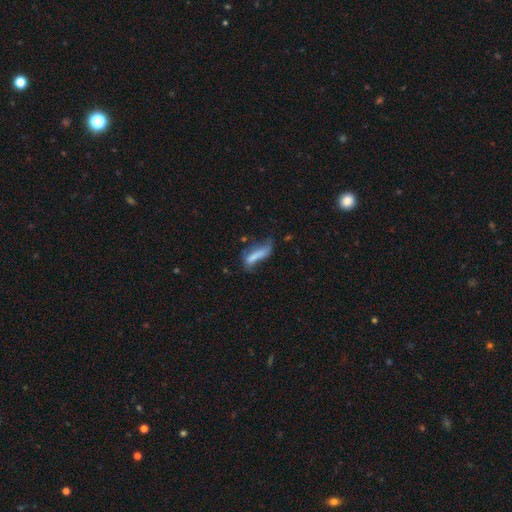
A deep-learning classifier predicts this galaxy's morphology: smooth 64%, featured or disk 27%, star or artifact 10%. Down the decision tree: how rounded — cigar-shaped (59%); merging — major disturbance (31%).